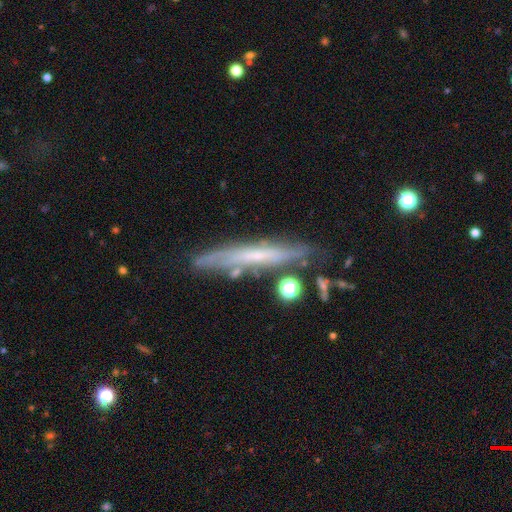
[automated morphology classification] smooth_or_featured: featured or disk (p=0.60) [alt: smooth p=0.32]
disk_edge_on: yes (p=0.83) [alt: no p=0.17]
merging: none (p=0.73) [alt: minor disturbance p=0.17]